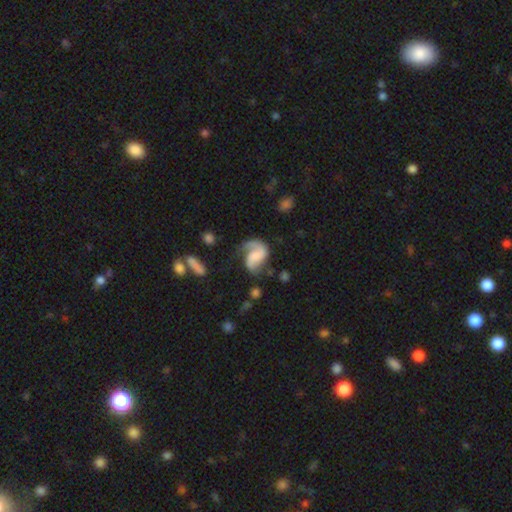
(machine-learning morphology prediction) This appears to be a featured or disk galaxy (80%) with a weak bar (44%), 2 (74%) medium (45%) spiral arms (95%) and a moderate central bulge (31%). Merging: none (53%).